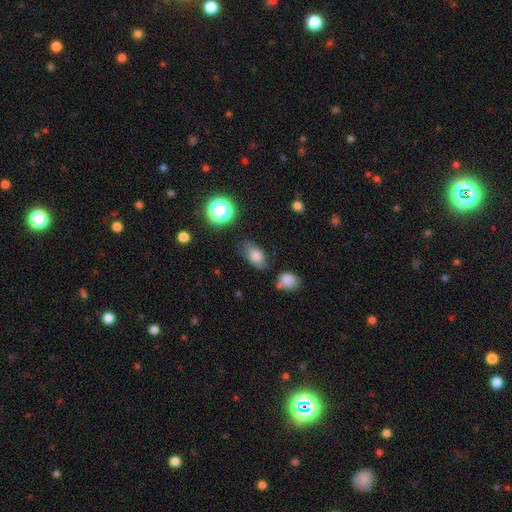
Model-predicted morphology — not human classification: Q: Smooth or featured?
A: smooth (76%); runner-up: featured or disk (13%)
Q: How rounded?
A: in between (85%); runner-up: round (12%)
Q: Merging?
A: none (65%); runner-up: minor disturbance (24%)